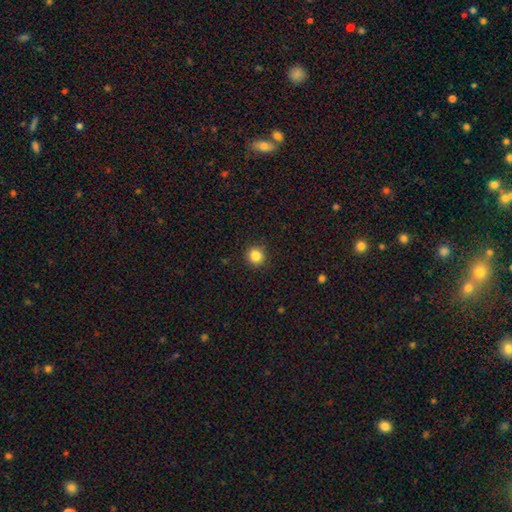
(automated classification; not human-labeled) Overall: smooth (85%). How rounded: round (89%). Merging: none (91%).